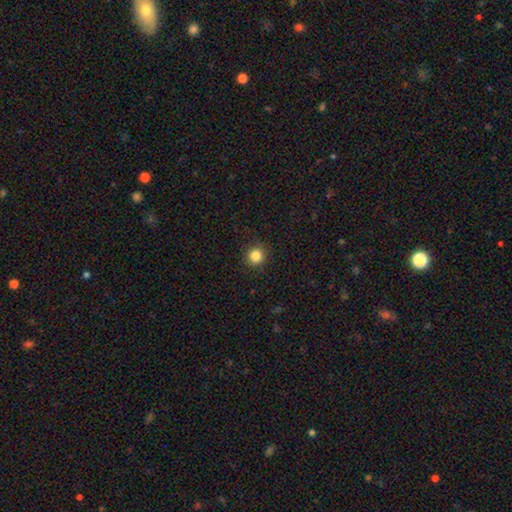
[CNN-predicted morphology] smooth 84%, star or artifact 11%, featured or disk 4%. Down the decision tree: how rounded — round (94%); merging — none (91%).